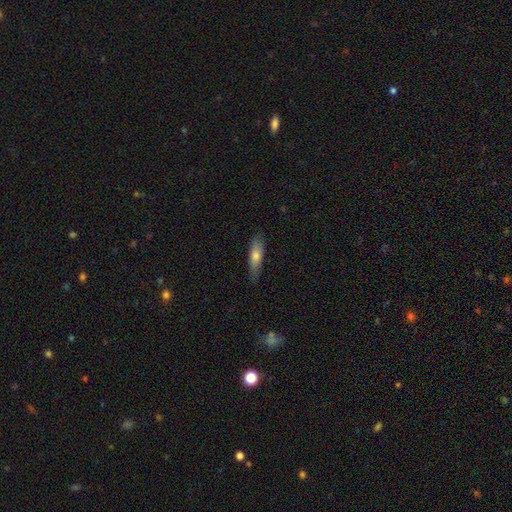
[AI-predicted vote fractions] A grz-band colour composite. It shows a smooth galaxy with no disk features (65%) that is cigar-shaped (64%). Merging: none (76%).